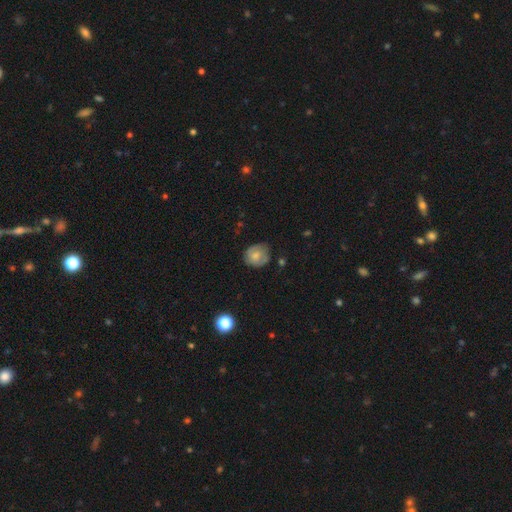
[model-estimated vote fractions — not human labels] Smooth or featured?
  - smooth: 65% *
  - featured or disk: 27%
  - star or artifact: 8%
How rounded?
  - round: 75% *
  - in between: 24%
  - cigar-shaped: 1%
Merging?
  - none: 62% *
  - minor disturbance: 28%
  - major disturbance: 7%
  - merger: 3%